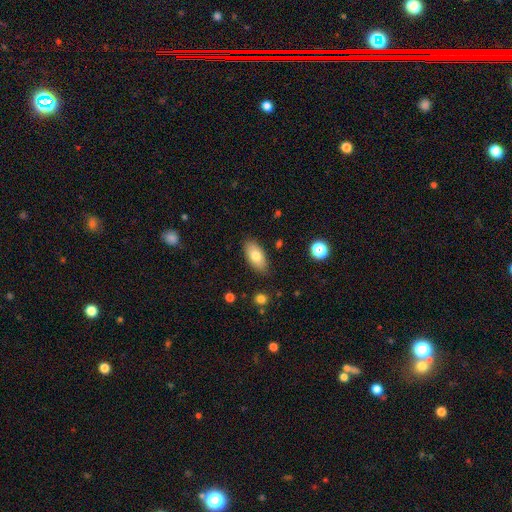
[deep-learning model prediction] smooth-or-featured: smooth: 76% | featured or disk: 16% | star or artifact: 7%
  how-rounded: in between: 90% | cigar-shaped: 6% | round: 4%
  merging: none: 85% | minor disturbance: 11% | major disturbance: 2% | merger: 1%